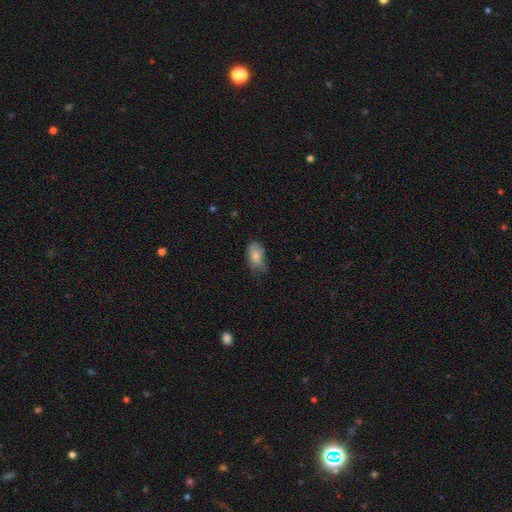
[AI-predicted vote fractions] smooth-or-featured: smooth: 81% | featured or disk: 11% | star or artifact: 8%
  how-rounded: in between: 91% | round: 5% | cigar-shaped: 3%
  merging: none: 49% | minor disturbance: 37% | major disturbance: 11% | merger: 2%